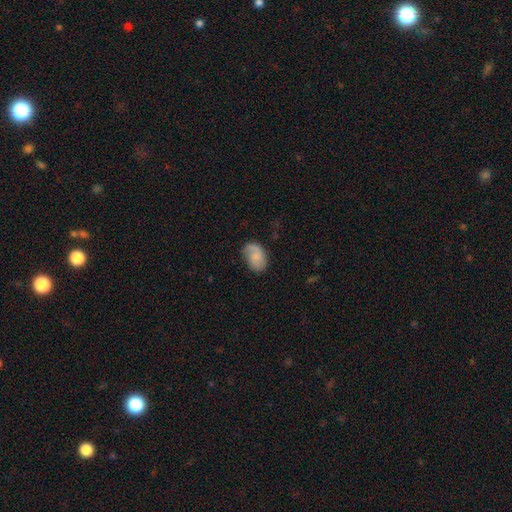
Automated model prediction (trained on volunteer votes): Smooth or featured?
  - smooth: 60% *
  - featured or disk: 32%
  - star or artifact: 7%
How rounded?
  - in between: 83% *
  - round: 16%
  - cigar-shaped: 1%
Merging?
  - none: 62% *
  - minor disturbance: 25%
  - major disturbance: 11%
  - merger: 2%